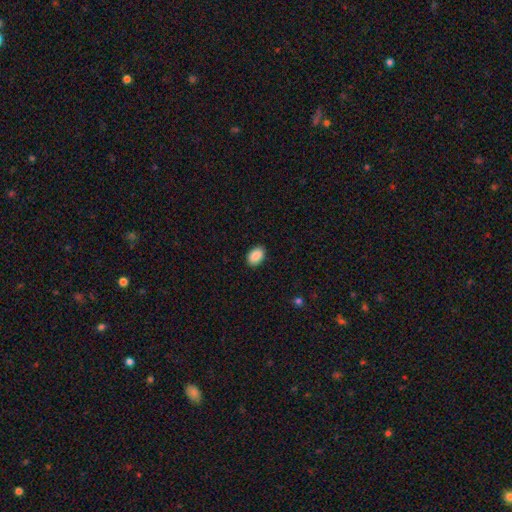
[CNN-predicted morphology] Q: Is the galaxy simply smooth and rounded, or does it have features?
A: smooth — 90%.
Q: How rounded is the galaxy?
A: in between — 88%.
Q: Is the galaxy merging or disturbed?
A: none — 89%.